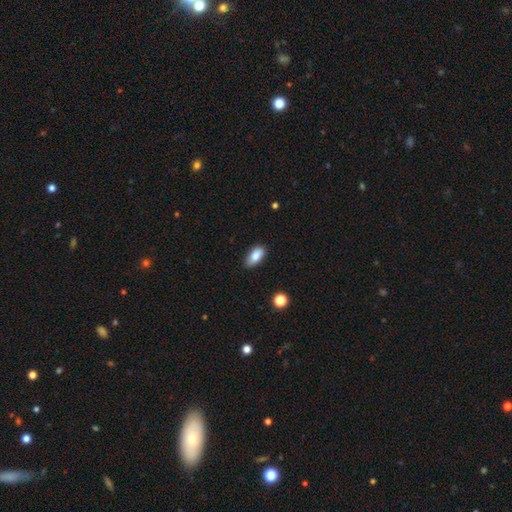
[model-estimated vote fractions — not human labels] smooth_or_featured: smooth (p=0.83) [alt: featured or disk p=0.09]
how_rounded: in between (p=0.89) [alt: cigar-shaped p=0.07]
merging: none (p=0.81) [alt: minor disturbance p=0.15]